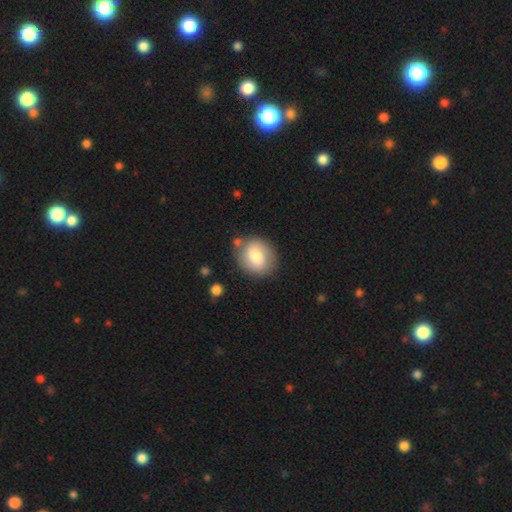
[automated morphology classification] Smooth or featured?
  - smooth: 73% *
  - featured or disk: 20%
  - star or artifact: 7%
How rounded?
  - round: 69% *
  - in between: 30%
  - cigar-shaped: 1%
Merging?
  - none: 76% *
  - minor disturbance: 14%
  - merger: 6%
  - major disturbance: 4%